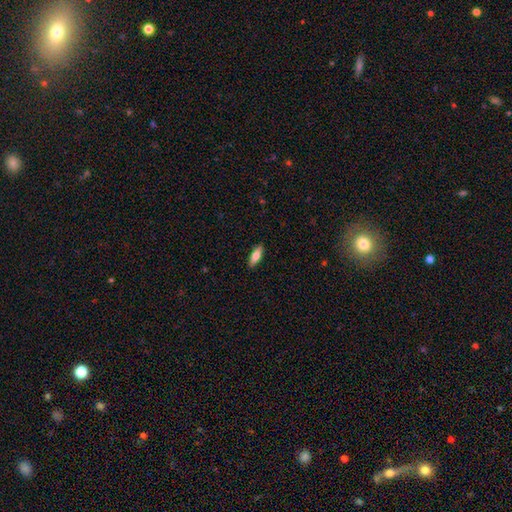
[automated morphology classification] smooth-or-featured: smooth: 71% | featured or disk: 23% | star or artifact: 6%
  how-rounded: in between: 61% | cigar-shaped: 36% | round: 2%
  merging: none: 89% | minor disturbance: 8% | major disturbance: 2% | merger: 1%